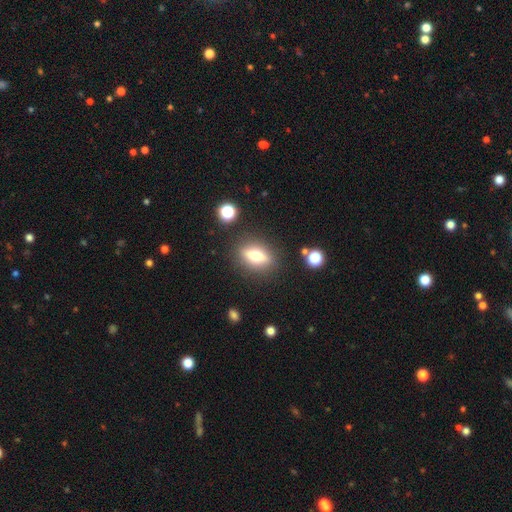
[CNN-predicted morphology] smooth 49%, featured or disk 41%, star or artifact 10%. Down the decision tree: merging — none (84%).